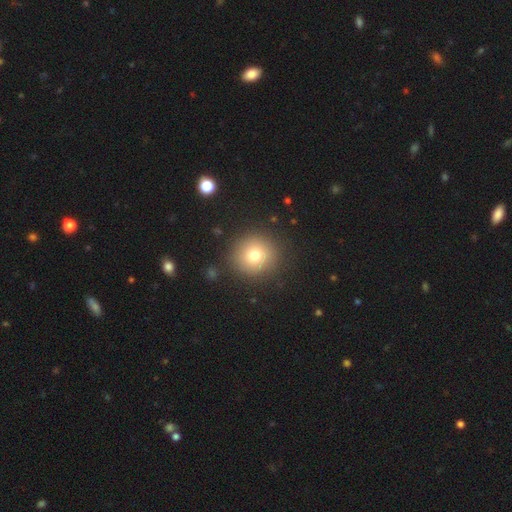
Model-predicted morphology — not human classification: smooth 74%, star or artifact 16%, featured or disk 10%. Down the decision tree: how rounded — round (93%); merging — none (89%).